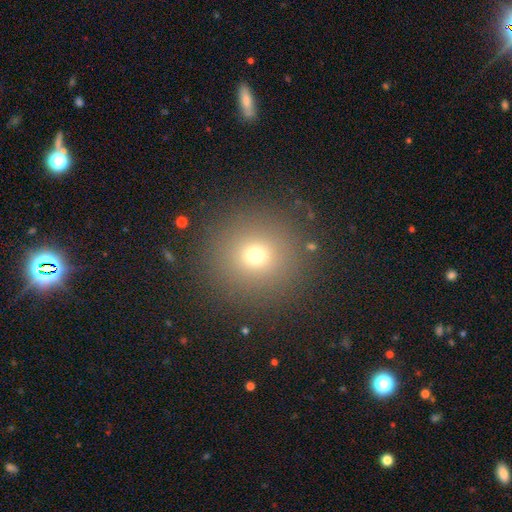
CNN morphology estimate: The model was most divided on "smooth or featured": smooth: 69%, star or artifact: 21%, featured or disk: 10%. More confident: how rounded — round (94%); merging — none (88%).